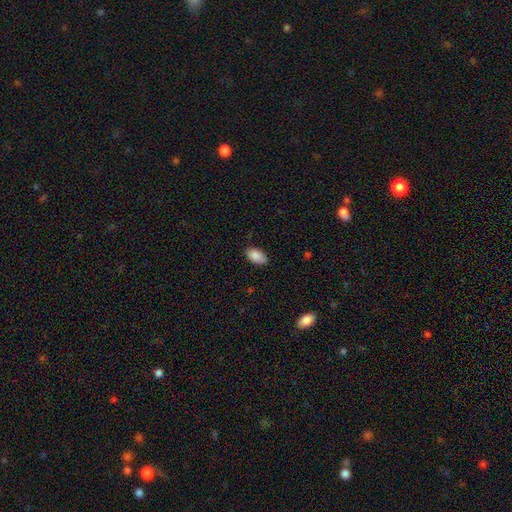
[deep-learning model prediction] smooth 88%, star or artifact 7%, featured or disk 4%. Down the decision tree: how rounded — in between (94%); merging — none (79%).